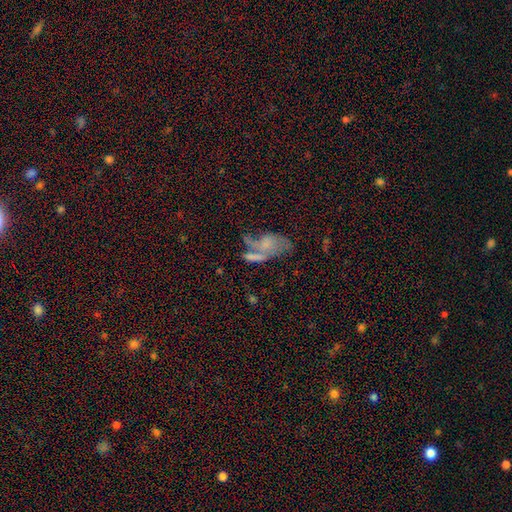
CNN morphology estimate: Smooth or featured? smooth (41%)
Merging? merger (34%)